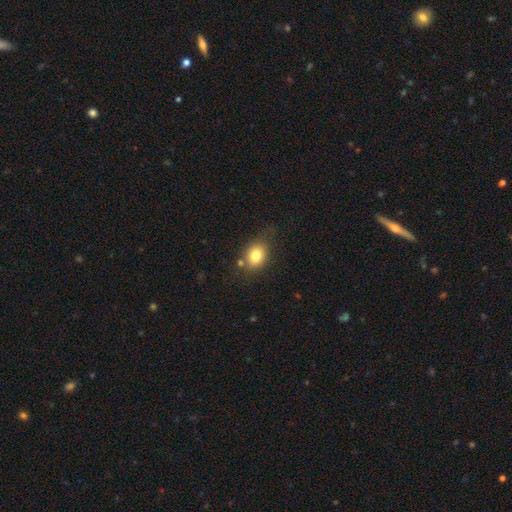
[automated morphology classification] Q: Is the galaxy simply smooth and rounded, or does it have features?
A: smooth — 79%.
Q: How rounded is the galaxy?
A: in between — 54%.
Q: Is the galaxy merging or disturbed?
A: none — 72%.